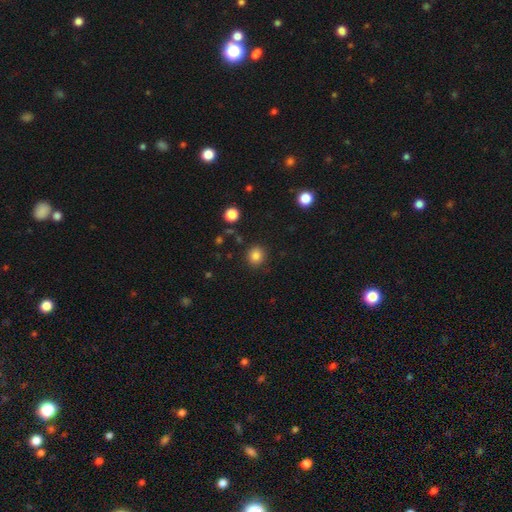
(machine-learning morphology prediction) Smooth or featured: smooth — 84% (star or artifact — 12%)
How rounded: round — 84% (in between — 15%)
Merging: none — 89% (minor disturbance — 7%)